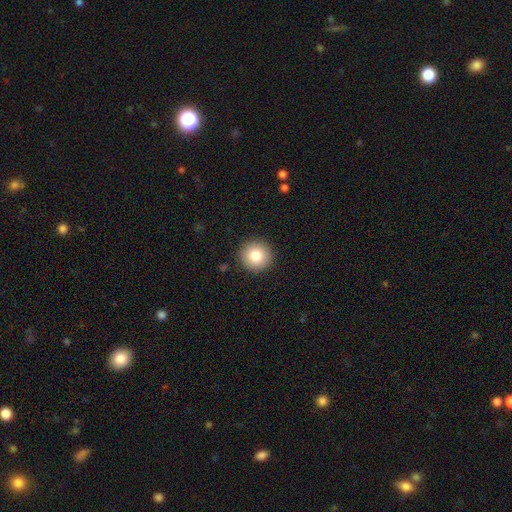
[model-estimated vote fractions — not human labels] smooth 81%, star or artifact 10%, featured or disk 9%. Down the decision tree: how rounded — round (96%); merging — none (92%).